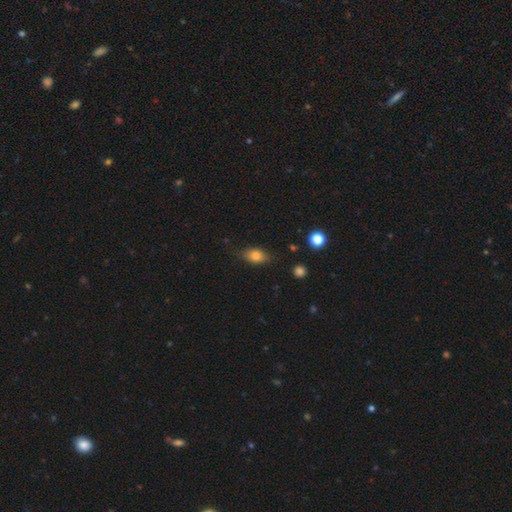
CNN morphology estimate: smooth_or_featured: smooth (p=0.77) [alt: featured or disk p=0.13]
how_rounded: in between (p=0.79) [alt: round p=0.16]
merging: none (p=0.72) [alt: minor disturbance p=0.21]